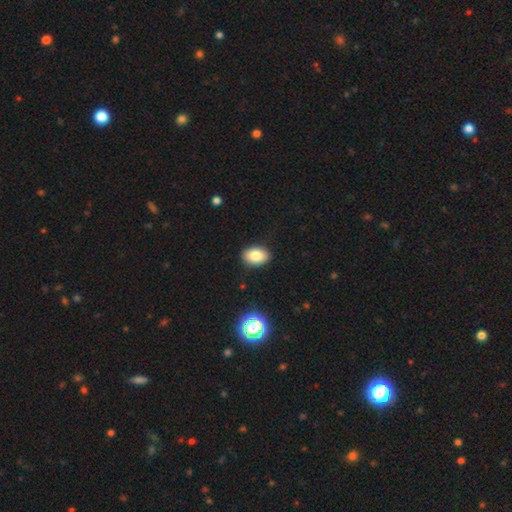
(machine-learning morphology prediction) The model was most divided on "how rounded": in between: 85%, round: 13%, cigar-shaped: 1%. More confident: merging — none (90%); smooth or featured — smooth (83%).